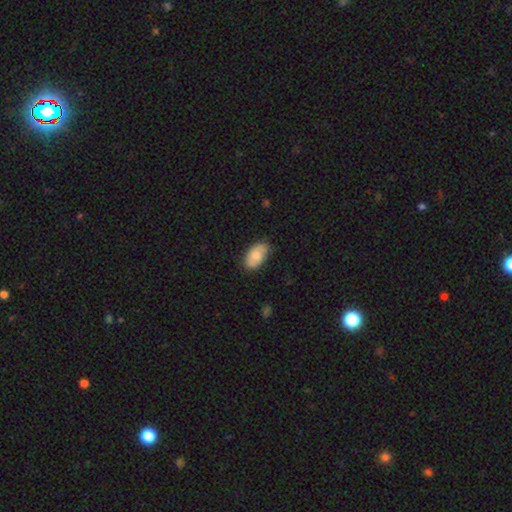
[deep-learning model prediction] The model was most divided on "merging": none: 78%, minor disturbance: 18%, major disturbance: 3%, merger: 1%. More confident: how rounded — in between (94%); smooth or featured — smooth (80%).